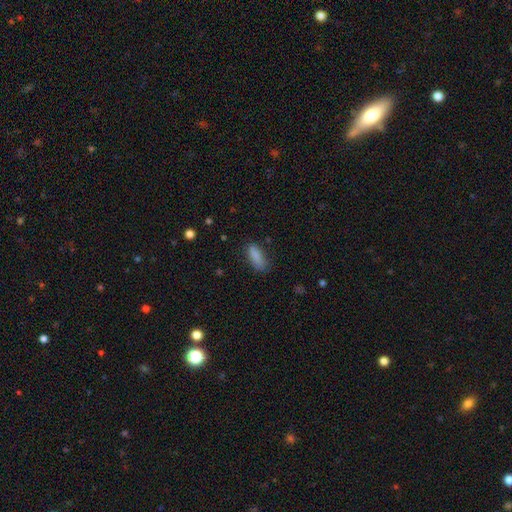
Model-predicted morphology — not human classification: Overall: smooth (86%). How rounded: in between (78%). Merging: none (68%).